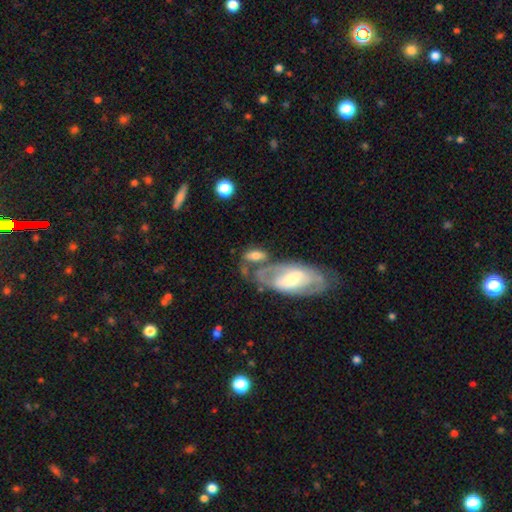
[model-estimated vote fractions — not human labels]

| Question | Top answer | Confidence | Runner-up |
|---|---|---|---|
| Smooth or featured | smooth | 52% | featured or disk (41%) |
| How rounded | in between | 83% | round (9%) |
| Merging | none | 37% | merger (31%) |